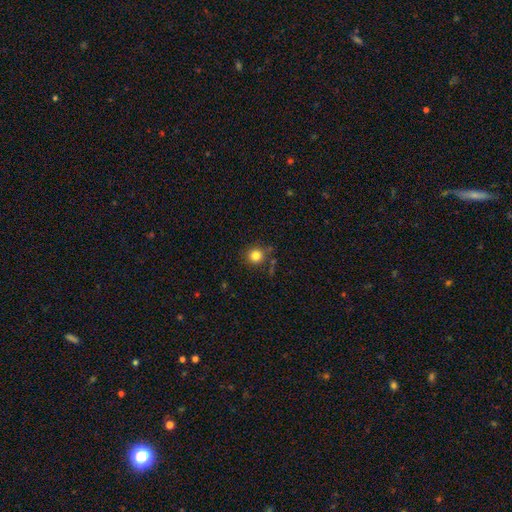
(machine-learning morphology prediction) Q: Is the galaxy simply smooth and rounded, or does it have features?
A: smooth — 82%.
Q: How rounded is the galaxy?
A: round — 91%.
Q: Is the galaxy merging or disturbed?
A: none — 79%.